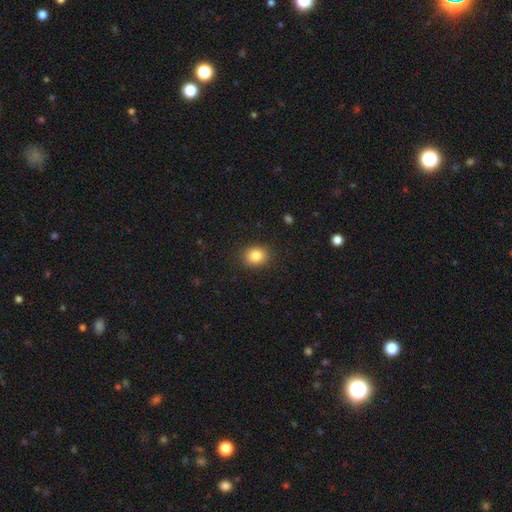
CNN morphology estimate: type=smooth (85%); roundness=round (61%); merging=none (88%).